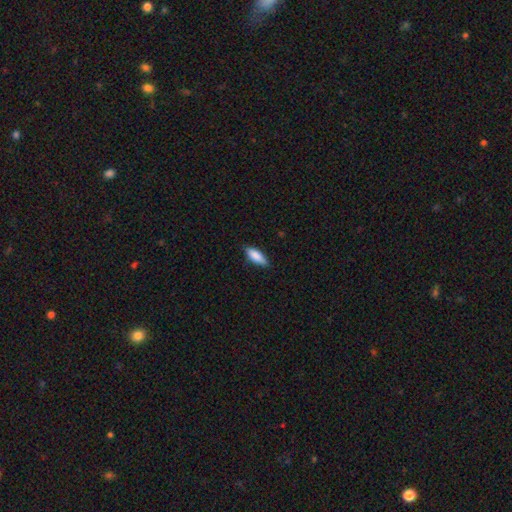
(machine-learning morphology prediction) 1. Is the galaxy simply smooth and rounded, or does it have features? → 87% smooth, 8% featured or disk, 6% star or artifact.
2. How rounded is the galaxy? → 70% in between, 28% cigar-shaped, 2% round.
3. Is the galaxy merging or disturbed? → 82% none, 15% minor disturbance, 2% major disturbance, 1% merger.